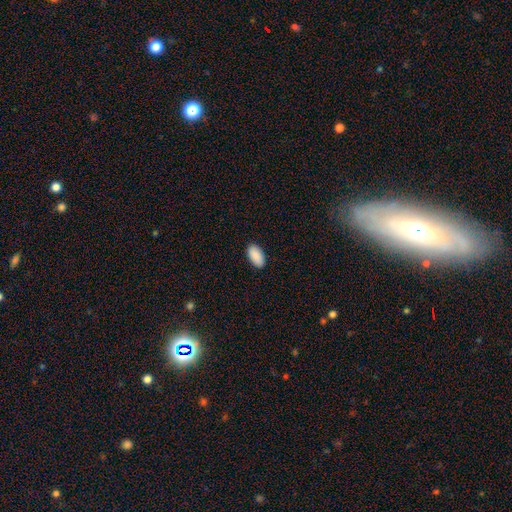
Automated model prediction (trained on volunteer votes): This is clearly a smooth galaxy (91%). How rounded: clearly in between (96%). Merging: clearly none (90%).